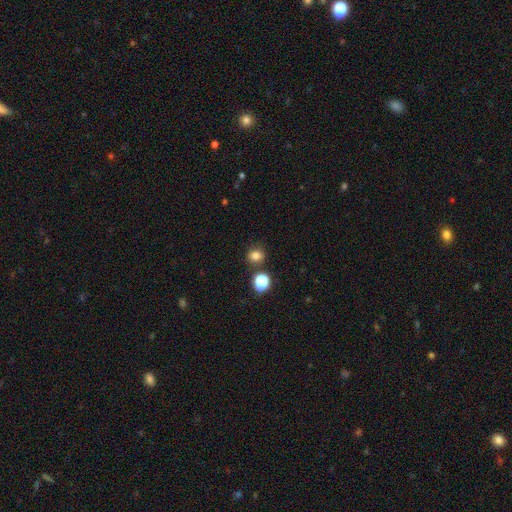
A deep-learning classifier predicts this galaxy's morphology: This is likely a smooth galaxy (78%). How rounded: likely round (80%). Merging: clearly none (81%).